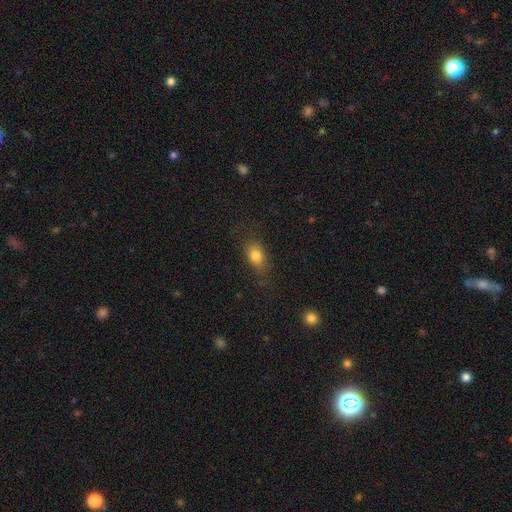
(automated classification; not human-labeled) The model was most divided on "merging": none: 76%, minor disturbance: 16%, major disturbance: 7%, merger: 1%. More confident: smooth or featured — smooth (81%); how rounded — in between (80%).